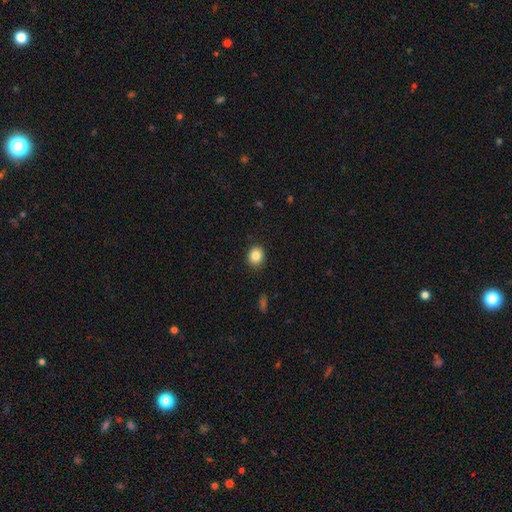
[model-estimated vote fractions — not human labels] Smooth or featured? smooth (85%)
How rounded? round (70%)
Merging? none (89%)